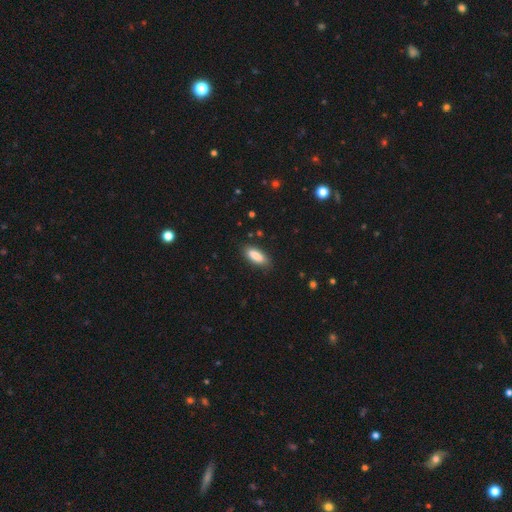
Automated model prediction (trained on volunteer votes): The model was most divided on "how rounded": in between: 72%, cigar-shaped: 26%, round: 2%. More confident: smooth or featured — smooth (86%); merging — none (83%).